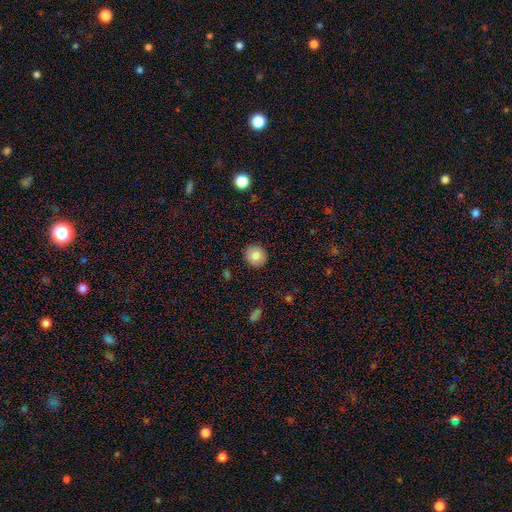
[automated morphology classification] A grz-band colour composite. It shows a smooth galaxy with no disk features (82%) that is round (88%). Merging: none (89%).